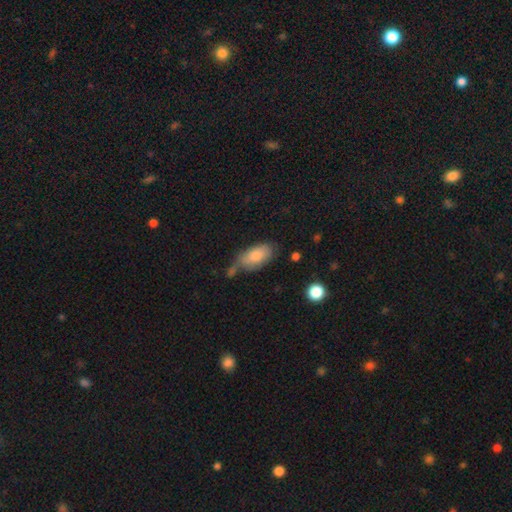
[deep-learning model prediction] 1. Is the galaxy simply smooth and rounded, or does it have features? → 80% smooth, 13% featured or disk, 7% star or artifact.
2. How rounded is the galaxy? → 93% in between, 4% cigar-shaped, 3% round.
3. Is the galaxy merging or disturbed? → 45% none, 28% minor disturbance, 17% merger, 10% major disturbance.